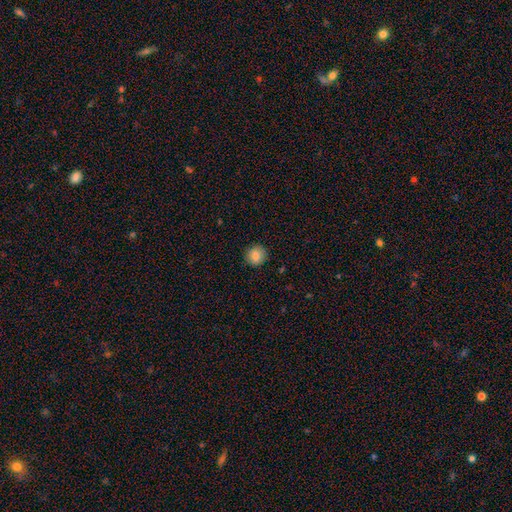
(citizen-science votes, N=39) This appears to be a smooth galaxy with no disk features (100%) that is round (90%). Merging: none (85%).